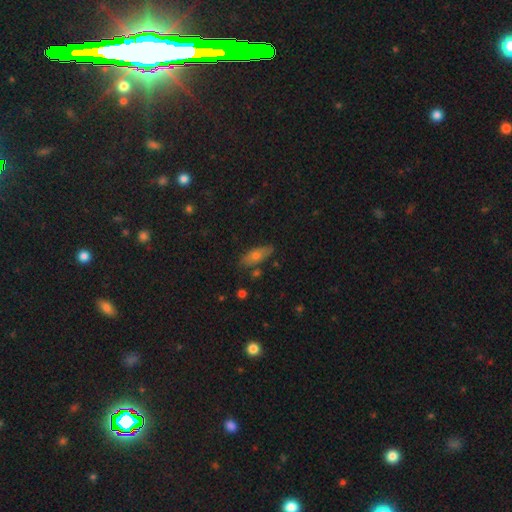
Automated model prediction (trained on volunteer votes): Overall: smooth (66%). How rounded: in between (69%). Merging: none (79%).